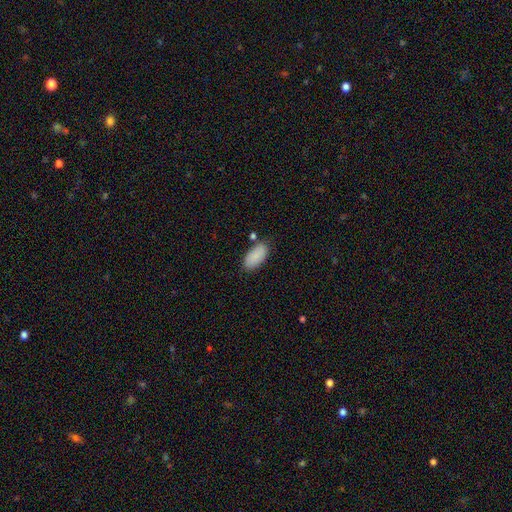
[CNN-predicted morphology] This appears to be a smooth galaxy with no disk features (89%) that is in between round and cigar-shaped (93%). Merging: none (75%).